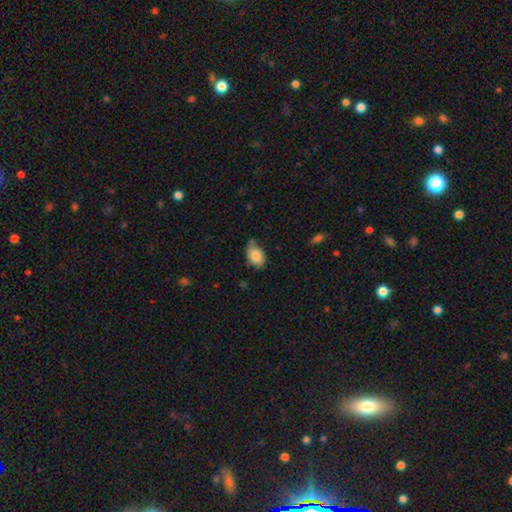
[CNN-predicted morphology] The model was most divided on "merging": none: 65%, minor disturbance: 26%, major disturbance: 5%, merger: 4%. More confident: how rounded — in between (83%); smooth or featured — smooth (82%).